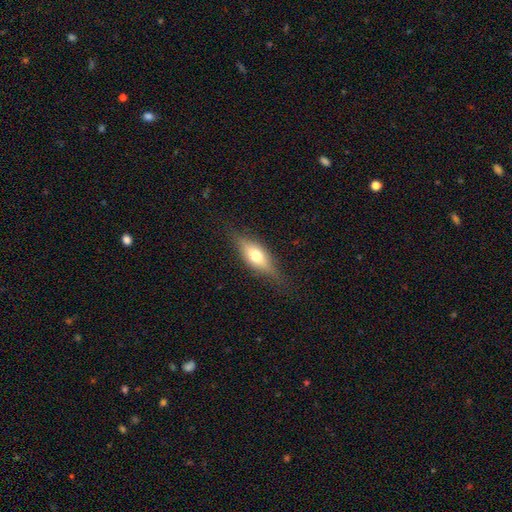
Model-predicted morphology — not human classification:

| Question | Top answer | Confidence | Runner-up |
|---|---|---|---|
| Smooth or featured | smooth | 51% | featured or disk (42%) |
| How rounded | in between | 62% | cigar-shaped (33%) |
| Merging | none | 80% | minor disturbance (14%) |